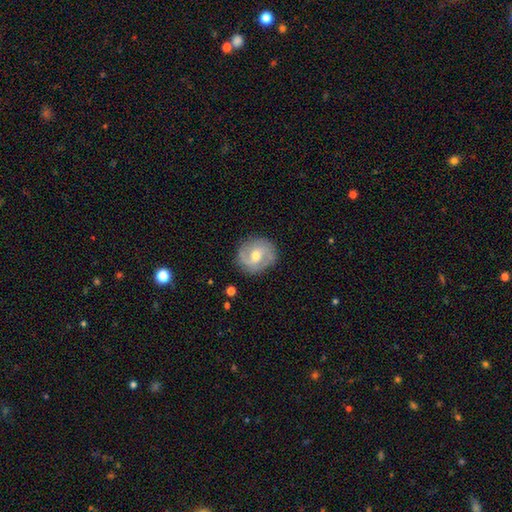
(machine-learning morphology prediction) type=featured or disk (71%); edge-on=no (97%); bar=weak (48%); spiral arms=yes (89%); winding=medium (45%); arm count=2 (70%); bulge=moderate (67%); merging=none (82%).